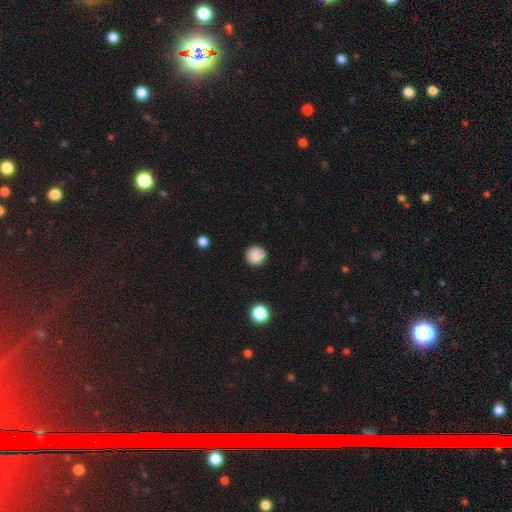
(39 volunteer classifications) Smooth or featured? smooth (92%)
How rounded? round (97%)
Merging? none (81%)